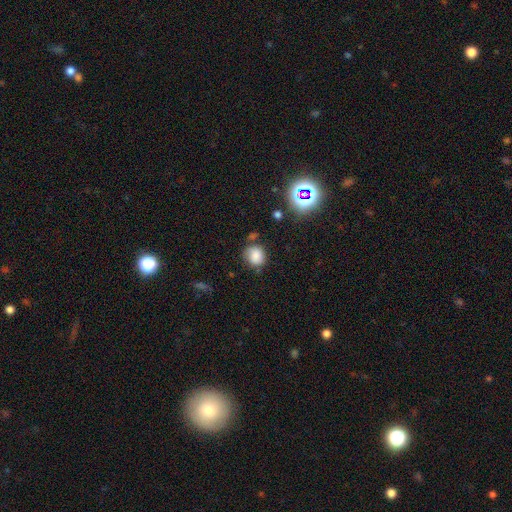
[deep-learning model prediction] The model was most divided on "merging": none: 67%, minor disturbance: 22%, major disturbance: 6%, merger: 5%. More confident: smooth or featured — smooth (80%); how rounded — round (76%).